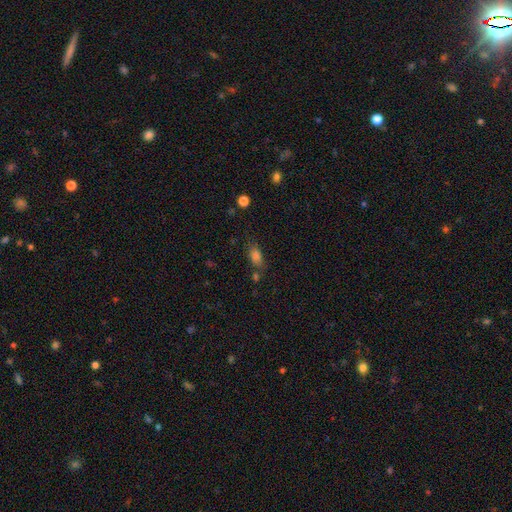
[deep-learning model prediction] A smooth galaxy with no disk features (76%) that is in between round and cigar-shaped (81%). Merging: none (68%).